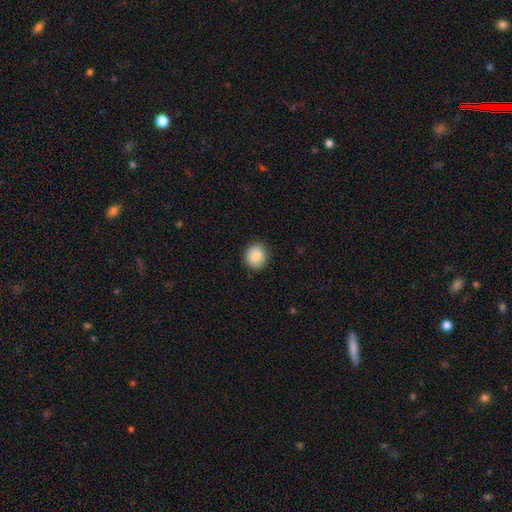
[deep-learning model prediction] Morphology: type=smooth (87%); roundness=round (82%); merging=none (86%).